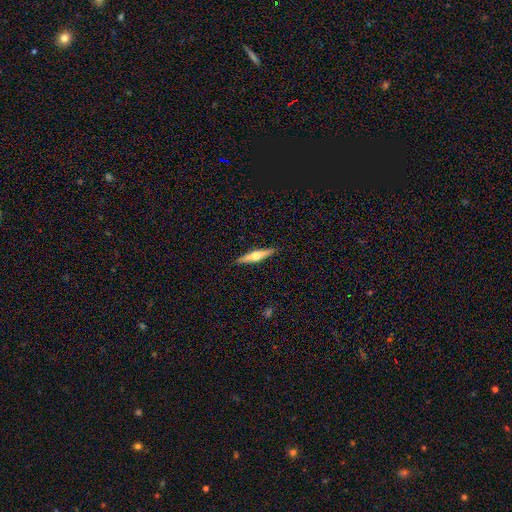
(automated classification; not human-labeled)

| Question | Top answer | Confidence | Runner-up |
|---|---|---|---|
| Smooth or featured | featured or disk | 63% | smooth (31%) |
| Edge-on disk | yes | 96% | no (4%) |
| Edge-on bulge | rounded | 93% | none (4%) |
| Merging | none | 91% | minor disturbance (7%) |